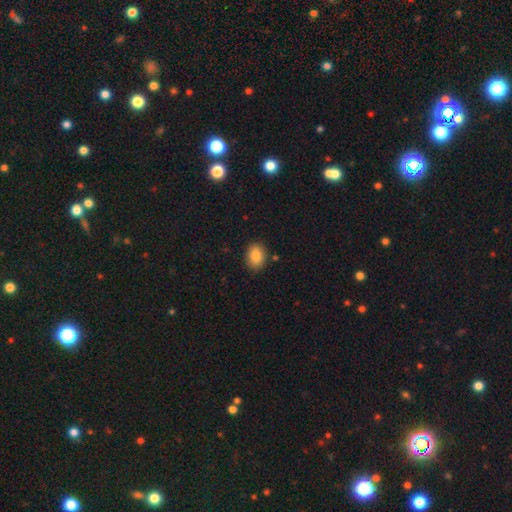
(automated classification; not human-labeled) Overall: smooth (86%). How rounded: in between (70%). Merging: none (85%).